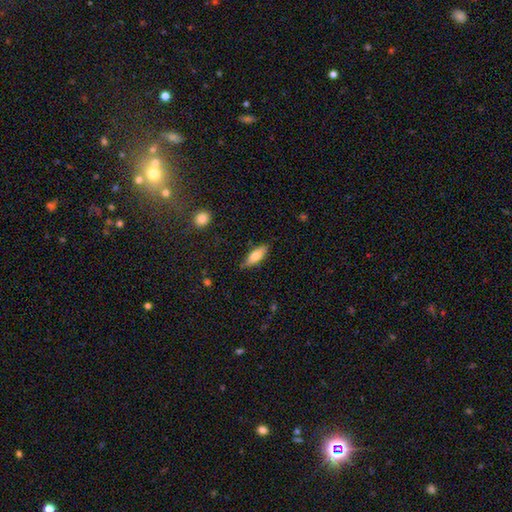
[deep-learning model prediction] smooth 73%, featured or disk 21%, star or artifact 6%. Down the decision tree: how rounded — in between (64%); merging — none (82%).